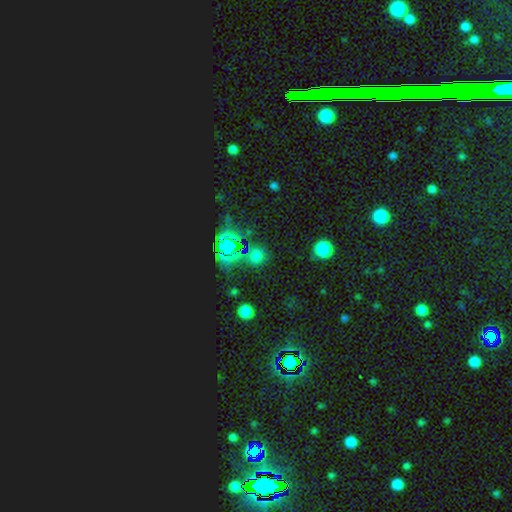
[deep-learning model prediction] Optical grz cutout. It shows a smooth galaxy with no disk features (47%). Merging: none (78%).